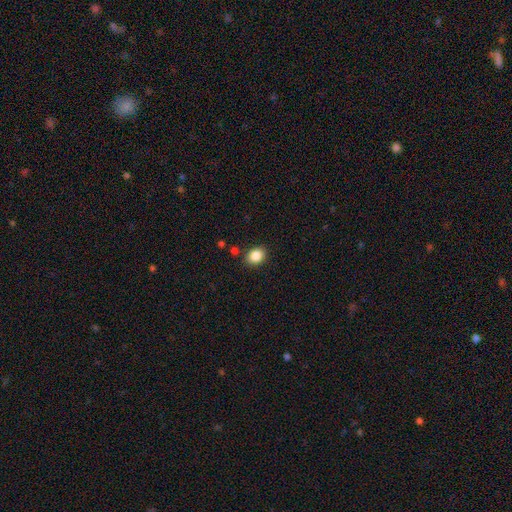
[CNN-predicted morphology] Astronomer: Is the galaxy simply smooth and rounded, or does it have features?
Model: smooth — 87%.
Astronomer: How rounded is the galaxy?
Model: in between — 57% (runner-up: round, 42%).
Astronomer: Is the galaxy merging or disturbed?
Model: none — 85%.